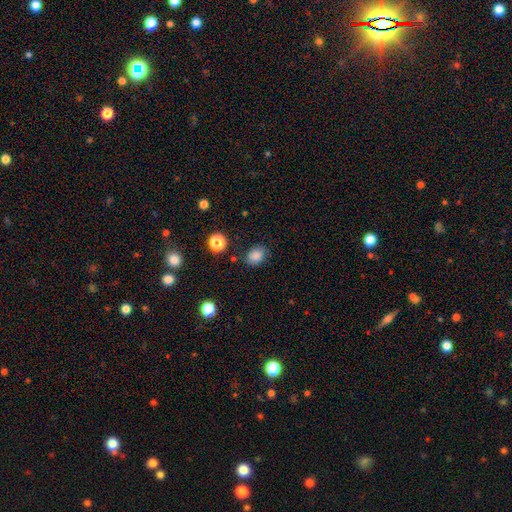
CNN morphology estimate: A smooth galaxy with no disk features (84%) that is in between round and cigar-shaped (58%).

Vote fractions:
- Smooth or featured? smooth: 84% / star or artifact: 11% / featured or disk: 4%
- How rounded? in between: 58% / round: 41% / cigar-shaped: 1%
- Merging? none: 78% / minor disturbance: 14% / major disturbance: 4% / merger: 3%